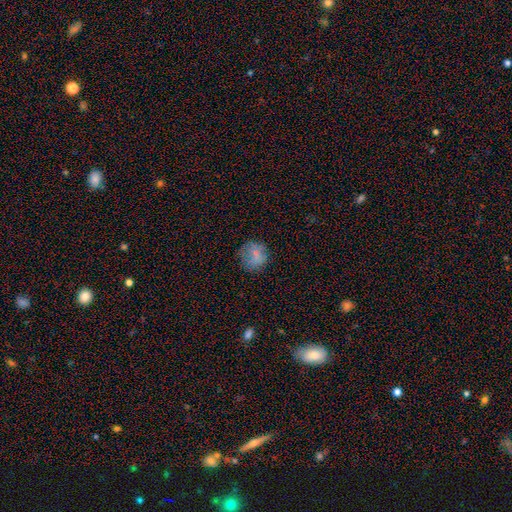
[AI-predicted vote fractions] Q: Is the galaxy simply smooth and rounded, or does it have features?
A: smooth — 76%.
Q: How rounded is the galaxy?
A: round — 88%.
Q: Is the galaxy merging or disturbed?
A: none — 74%.